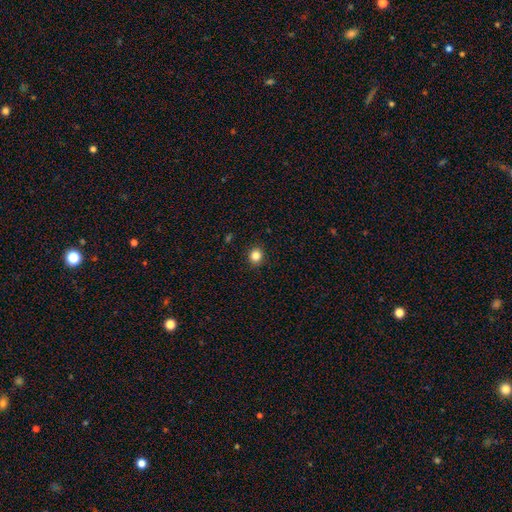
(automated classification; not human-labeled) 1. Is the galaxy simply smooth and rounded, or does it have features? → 84% smooth, 12% star or artifact, 4% featured or disk.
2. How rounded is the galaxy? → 85% round, 14% in between, 1% cigar-shaped.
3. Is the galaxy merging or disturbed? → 91% none, 6% minor disturbance, 2% major disturbance, 1% merger.